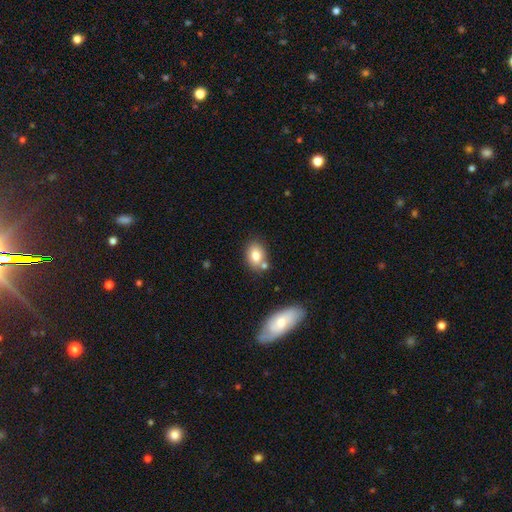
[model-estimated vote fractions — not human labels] Morphology: type=smooth (80%); roundness=in between (71%); merging=none (67%).